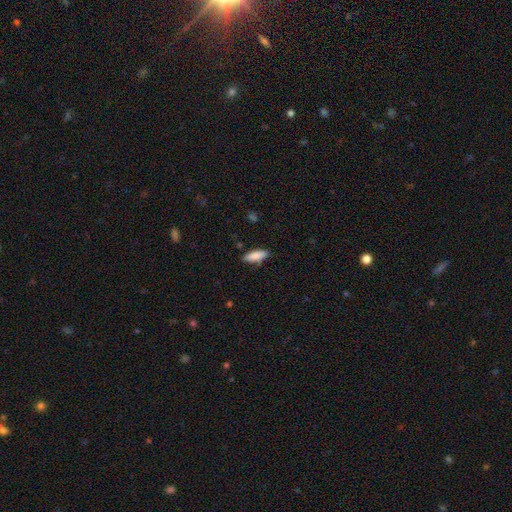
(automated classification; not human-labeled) Smooth or featured?
  - smooth: 86% *
  - featured or disk: 8%
  - star or artifact: 6%
How rounded?
  - in between: 63% *
  - cigar-shaped: 35%
  - round: 2%
Merging?
  - none: 81% *
  - minor disturbance: 14%
  - major disturbance: 2%
  - merger: 2%